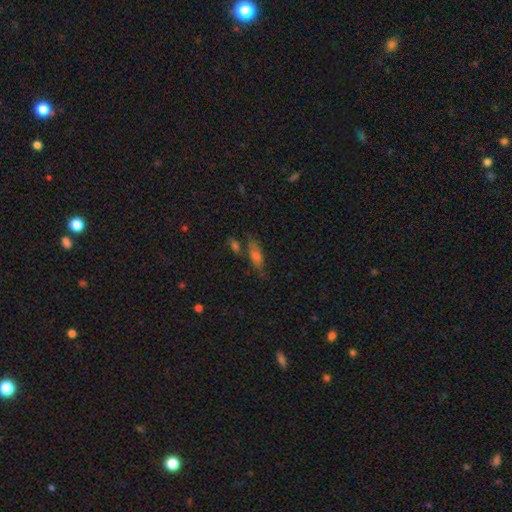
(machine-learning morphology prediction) smooth-or-featured: smooth: 56% | featured or disk: 27% | star or artifact: 18%
  how-rounded: in between: 48% | cigar-shaped: 47% | round: 5%
  merging: none: 63% | minor disturbance: 17% | merger: 13% | major disturbance: 7%